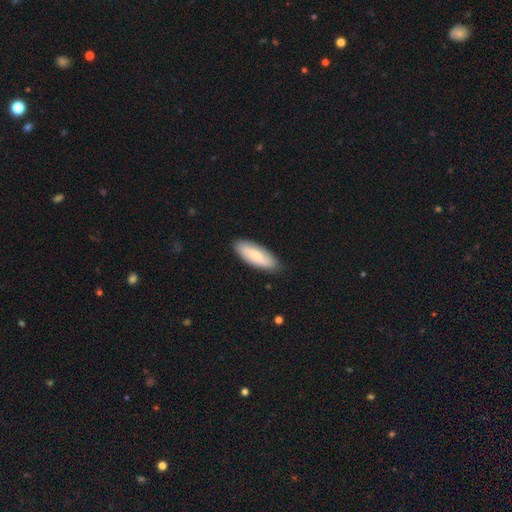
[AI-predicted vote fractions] Overall: smooth (73%). How rounded: in between (71%). Merging: none (85%).